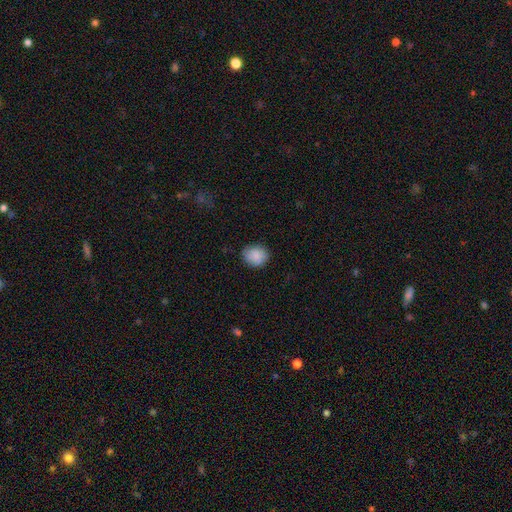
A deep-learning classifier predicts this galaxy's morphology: smooth-or-featured: smooth: 87% | star or artifact: 7% | featured or disk: 6%
  how-rounded: round: 66% | in between: 33% | cigar-shaped: 1%
  merging: none: 79% | minor disturbance: 17% | major disturbance: 3% | merger: 1%